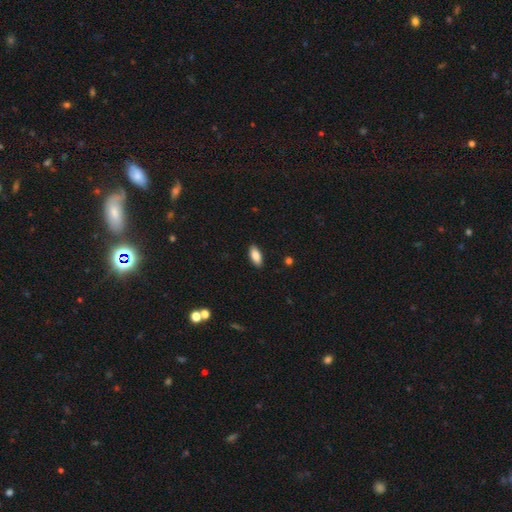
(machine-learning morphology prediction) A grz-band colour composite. It shows a smooth galaxy with no disk features (86%) that is in between round and cigar-shaped (88%). Merging: none (89%).